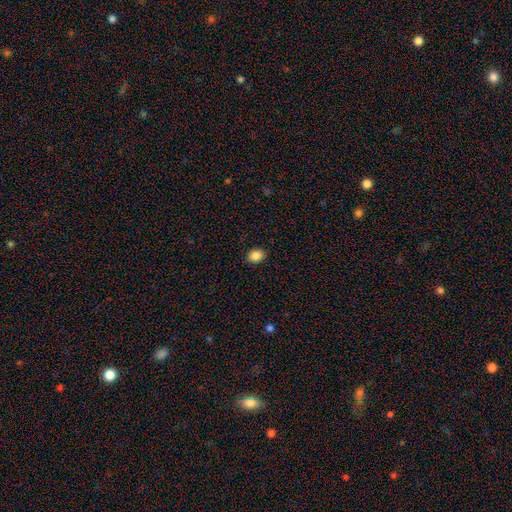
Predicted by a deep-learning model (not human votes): This appears to be a smooth galaxy with no disk features (87%) that is in between round and cigar-shaped (58%). Merging: none (90%).